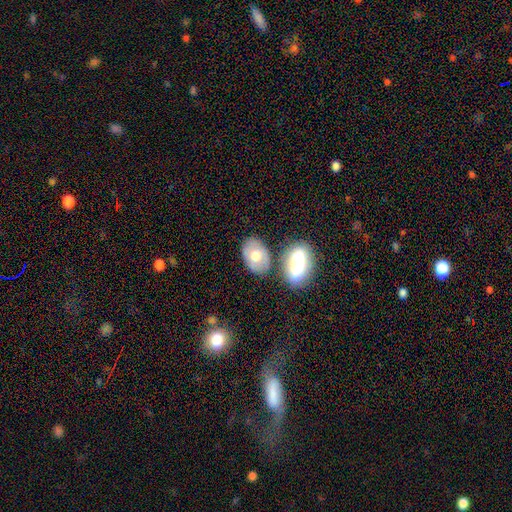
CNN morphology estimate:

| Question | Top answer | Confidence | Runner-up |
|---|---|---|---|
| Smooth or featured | smooth | 58% | featured or disk (36%) |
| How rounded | in between | 84% | round (14%) |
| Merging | none | 63% | minor disturbance (17%) |